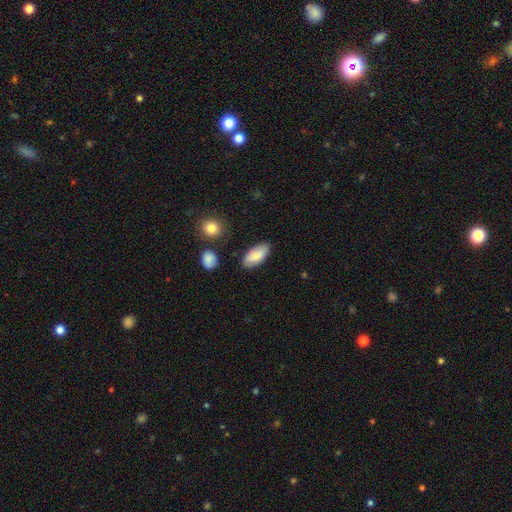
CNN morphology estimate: smooth-or-featured: smooth: 78% | featured or disk: 16% | star or artifact: 6%
  how-rounded: in between: 90% | cigar-shaped: 8% | round: 2%
  merging: none: 83% | minor disturbance: 13% | major disturbance: 3% | merger: 2%